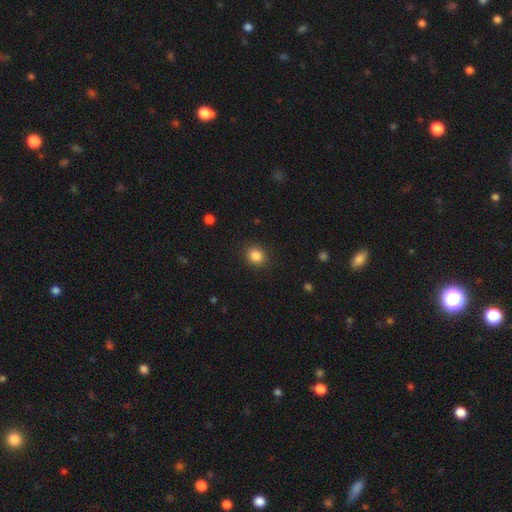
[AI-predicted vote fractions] Smooth or featured?
  - smooth: 86% *
  - star or artifact: 10%
  - featured or disk: 4%
How rounded?
  - round: 77% *
  - in between: 22%
  - cigar-shaped: 1%
Merging?
  - none: 90% *
  - minor disturbance: 7%
  - major disturbance: 2%
  - merger: 1%